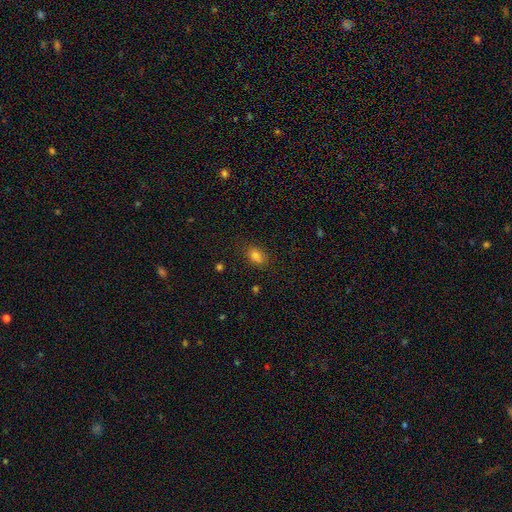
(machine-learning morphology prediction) The model was most divided on "how rounded": in between: 71%, round: 27%, cigar-shaped: 2%. More confident: merging — none (76%); smooth or featured — smooth (75%).